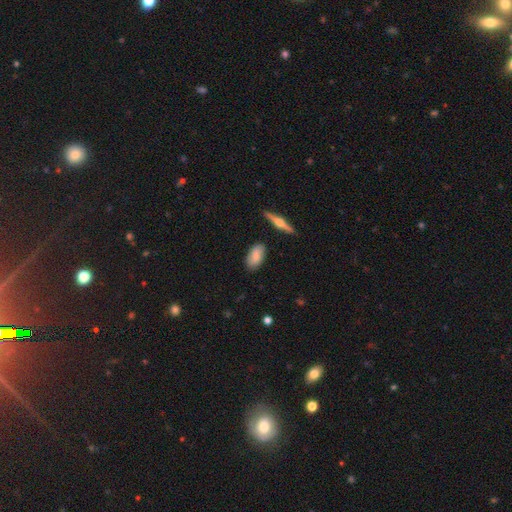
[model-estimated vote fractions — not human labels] This is likely a smooth galaxy (77%). How rounded: clearly in between (91%). Merging: clearly none (83%).